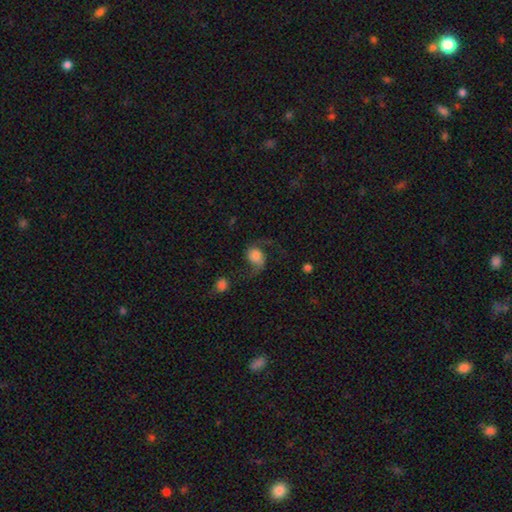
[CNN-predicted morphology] A featured or disk galaxy (57%) with no bar (67%), spiral arms (90%) and a moderate central bulge (33%).

Vote fractions:
- Smooth or featured? featured or disk: 57% / smooth: 33% / star or artifact: 10%
- Edge-on disk? no: 97% / yes: 3%
- Bar? no: 67% / weak: 27% / strong: 7%
- Spiral arms? yes: 90% / no: 10%
- Bulge size? moderate: 33% / large: 30% / small: 17% / dominant: 12% / none: 8%
- Merging? none: 52% / major disturbance: 24% / minor disturbance: 19% / merger: 6%